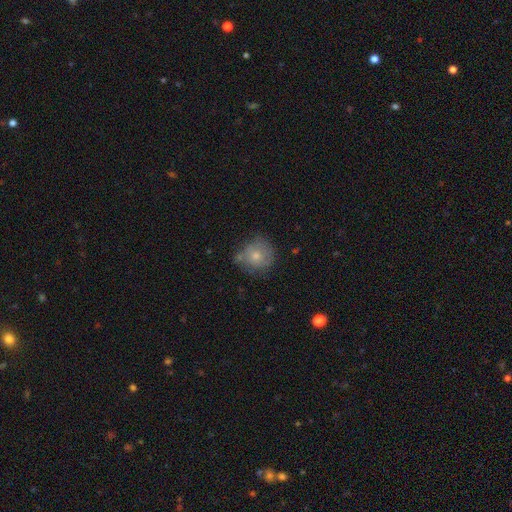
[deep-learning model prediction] This appears to be a smooth galaxy with no disk features (67%) that is round (88%). Merging: none (62%).